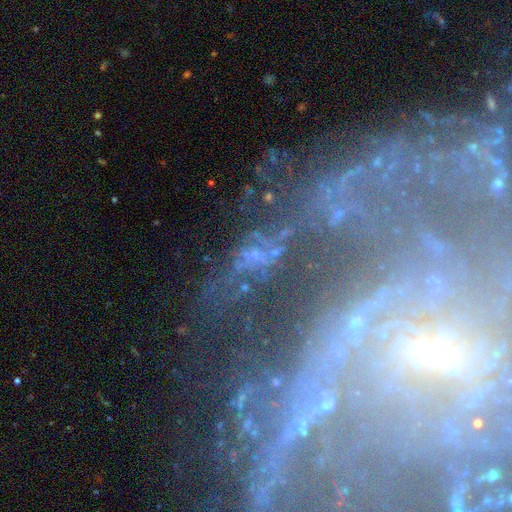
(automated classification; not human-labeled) This appears to be a star or artifact, not a galaxy (50%).